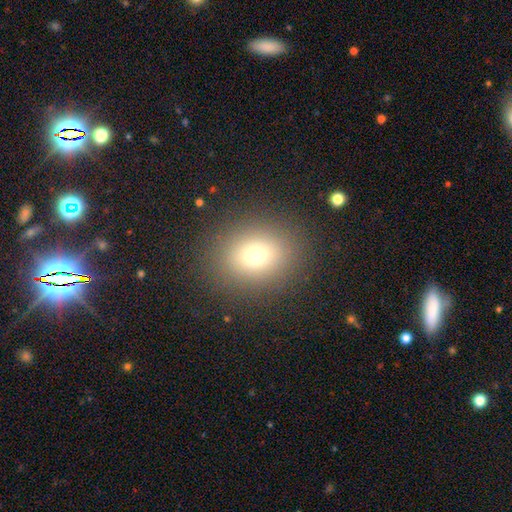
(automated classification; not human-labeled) Smooth or featured? smooth (71%)
How rounded? round (65%)
Merging? none (86%)